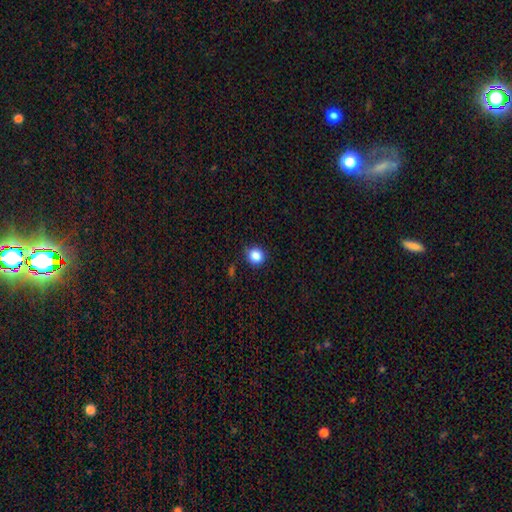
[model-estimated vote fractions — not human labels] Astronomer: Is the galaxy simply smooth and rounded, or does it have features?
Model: smooth — 85%.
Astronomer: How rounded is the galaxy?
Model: round — 88%.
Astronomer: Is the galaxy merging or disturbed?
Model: none — 82%.